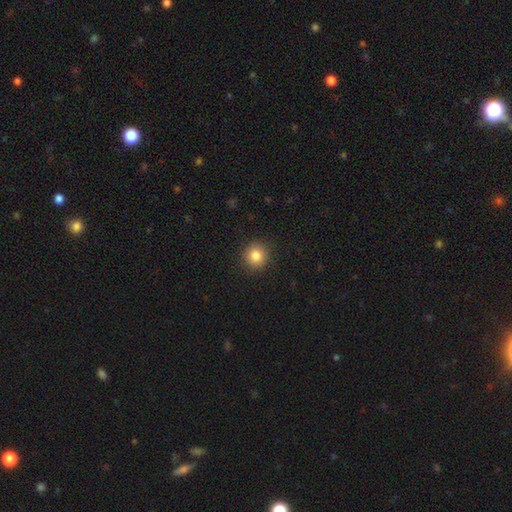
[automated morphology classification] Smooth or featured? smooth (83%)
How rounded? round (92%)
Merging? none (91%)